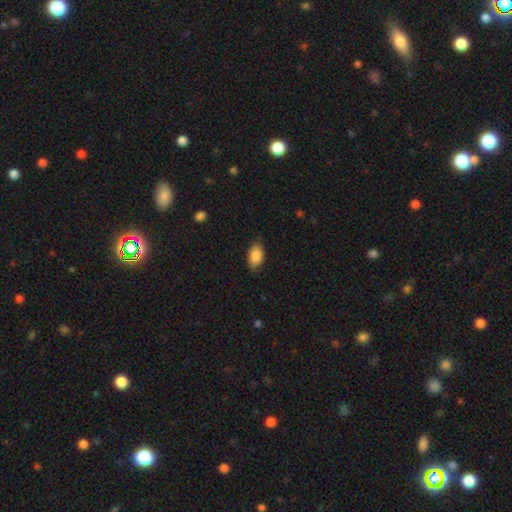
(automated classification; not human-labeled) A smooth galaxy with no disk features (88%) that is in between round and cigar-shaped (93%). Merging: none (82%).